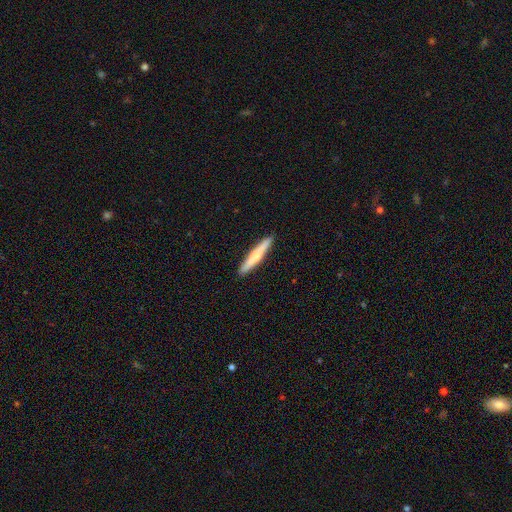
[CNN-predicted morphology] smooth 52%, featured or disk 43%, star or artifact 5%. Down the decision tree: how rounded — cigar-shaped (94%); merging — none (92%).